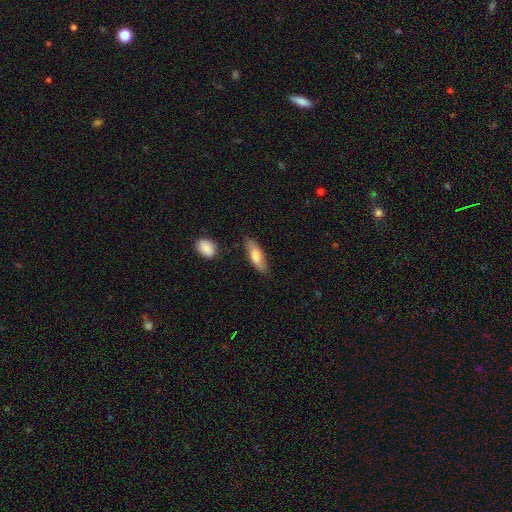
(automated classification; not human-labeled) Smooth or featured?
  - smooth: 73% *
  - featured or disk: 21%
  - star or artifact: 6%
How rounded?
  - in between: 56% *
  - cigar-shaped: 42%
  - round: 2%
Merging?
  - none: 80% *
  - minor disturbance: 15%
  - major disturbance: 3%
  - merger: 3%